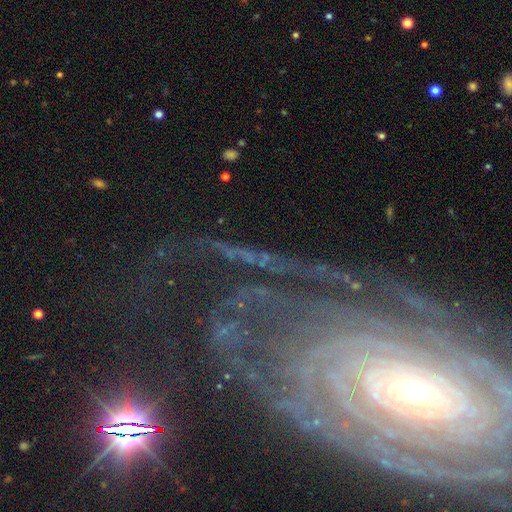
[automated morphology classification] smooth-or-featured: featured or disk: 83% | star or artifact: 11% | smooth: 7%
  disk-edge-on: no: 93% | yes: 7%
    bar: no: 58% | weak: 22% | strong: 20%
    has-spiral-arms: yes: 95% | no: 5%
      spiral-winding: tight: 81% | medium: 14% | loose: 5%
      spiral-arm-count: can't tell: 28% | more than 4: 18% | 2: 15% | 4: 15% | 3: 14% | 1: 9%
    bulge-size: moderate: 48% | small: 43% | large: 6% | dominant: 2% | none: 2%
  merging: none: 72% | minor disturbance: 13% | major disturbance: 13% | merger: 3%